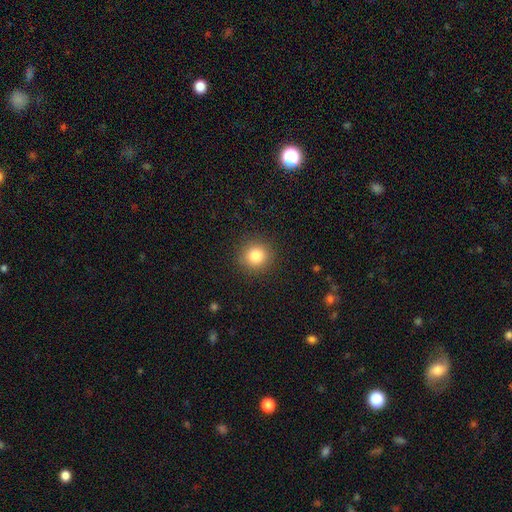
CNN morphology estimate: Smooth or featured? Predicted: smooth (p=0.83). How rounded? Predicted: round (p=0.91). Merging? Predicted: none (p=0.90).